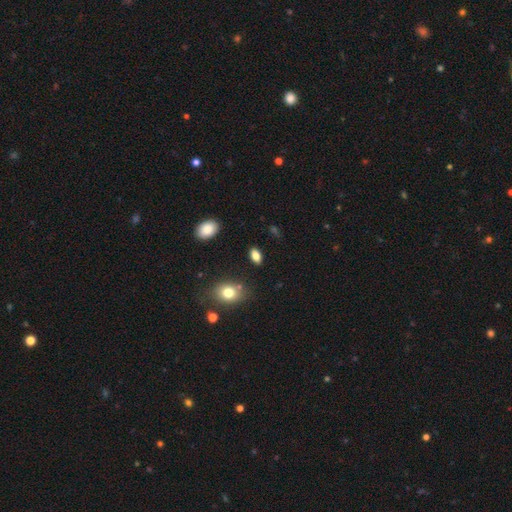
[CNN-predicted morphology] The model was most divided on "smooth or featured": smooth: 82%, star or artifact: 9%, featured or disk: 8%. More confident: how rounded — in between (88%); merging — none (86%).